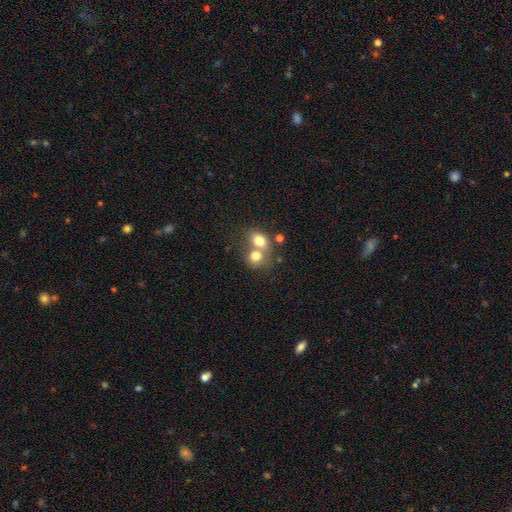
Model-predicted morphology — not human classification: smooth_or_featured: smooth (p=0.76) [alt: featured or disk p=0.14]
how_rounded: round (p=0.58) [alt: in between p=0.41]
merging: merger (p=0.61) [alt: none p=0.29]